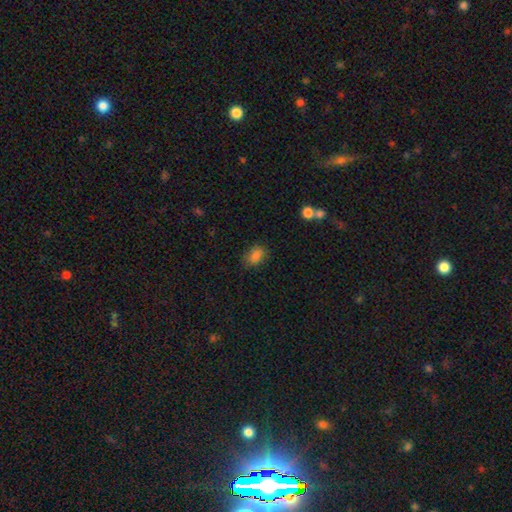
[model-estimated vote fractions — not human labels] The model was most divided on "how rounded": in between: 76%, round: 22%, cigar-shaped: 1%. More confident: smooth or featured — smooth (84%); merging — none (75%).